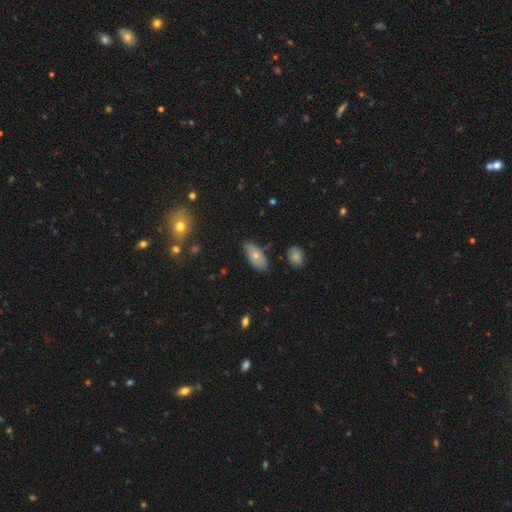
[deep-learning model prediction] Smooth or featured?
  - smooth: 63% *
  - featured or disk: 28%
  - star or artifact: 9%
How rounded?
  - in between: 89% *
  - cigar-shaped: 7%
  - round: 4%
Merging?
  - none: 58% *
  - minor disturbance: 33%
  - major disturbance: 6%
  - merger: 3%